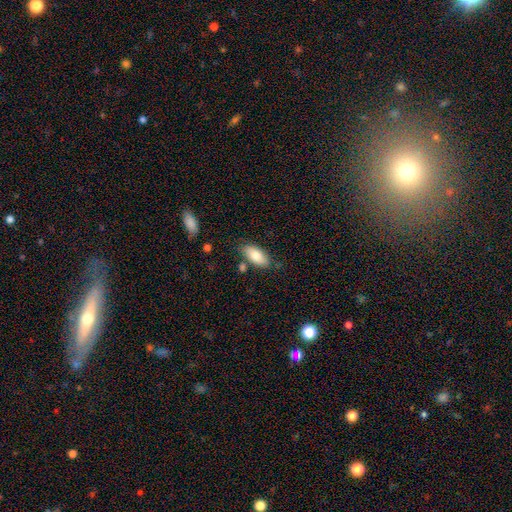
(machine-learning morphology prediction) Smooth or featured? smooth (80%)
How rounded? in between (89%)
Merging? none (78%)